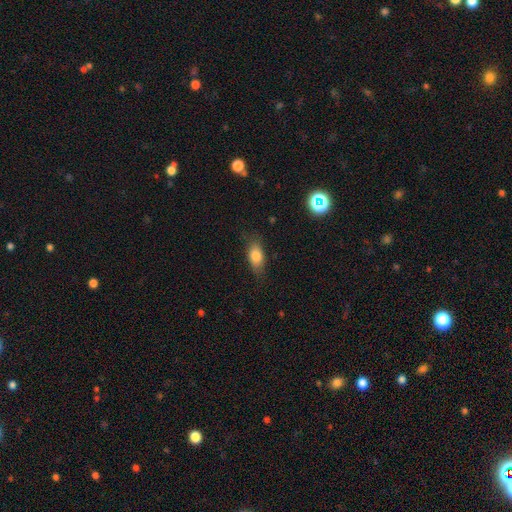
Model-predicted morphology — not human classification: This appears to be a smooth galaxy with no disk features (79%) that is in between round and cigar-shaped (84%). Merging: none (77%).